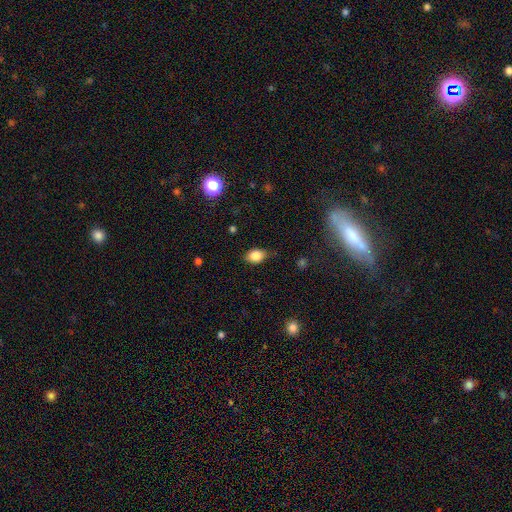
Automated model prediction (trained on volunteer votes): Overall: smooth (83%). How rounded: in between (79%). Merging: none (76%).